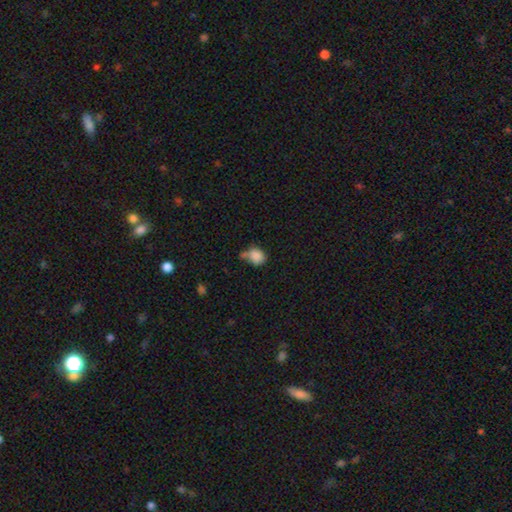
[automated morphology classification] A smooth galaxy with no disk features (85%) that is round (54%).

Vote fractions:
- Smooth or featured? smooth: 85% / star or artifact: 9% / featured or disk: 6%
- How rounded? round: 54% / in between: 45% / cigar-shaped: 1%
- Merging? none: 41% / minor disturbance: 28% / merger: 20% / major disturbance: 11%